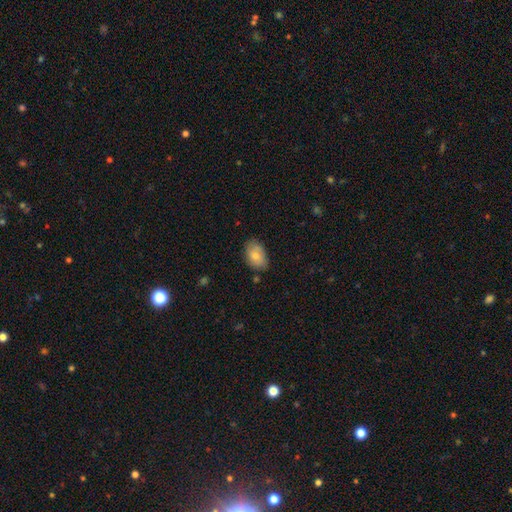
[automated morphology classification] Q: Smooth or featured?
A: smooth (77%); runner-up: featured or disk (16%)
Q: How rounded?
A: in between (86%); runner-up: round (13%)
Q: Merging?
A: none (74%); runner-up: minor disturbance (21%)